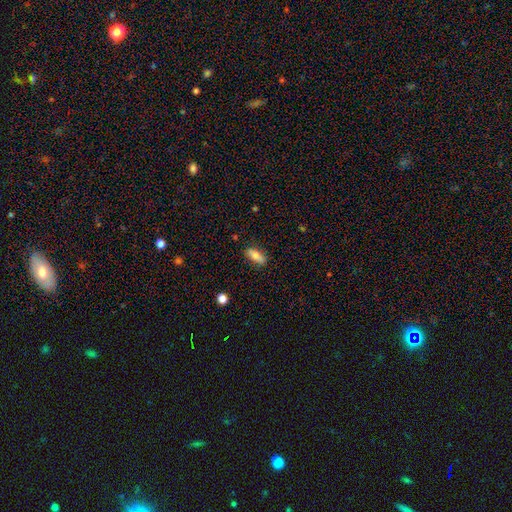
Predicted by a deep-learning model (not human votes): A smooth galaxy with no disk features (76%) that is in between round and cigar-shaped (69%). Merging: none (83%).